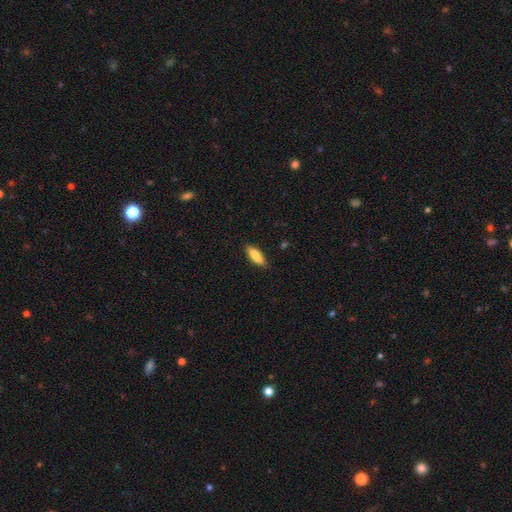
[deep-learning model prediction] The model was most divided on "how rounded": in between: 61%, cigar-shaped: 37%, round: 2%. More confident: merging — none (86%); smooth or featured — smooth (85%).